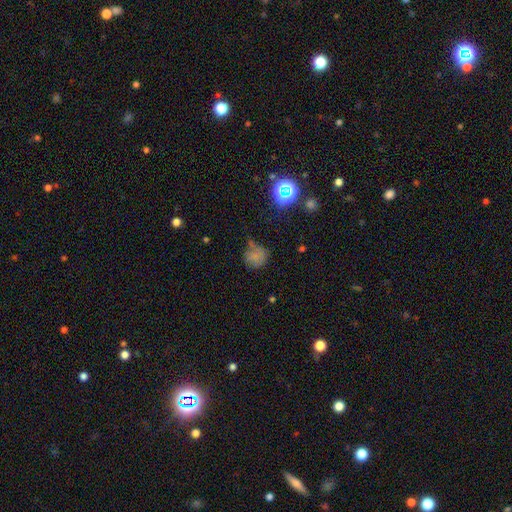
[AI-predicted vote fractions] Smooth or featured? smooth (65%)
How rounded? round (82%)
Merging? none (49%)